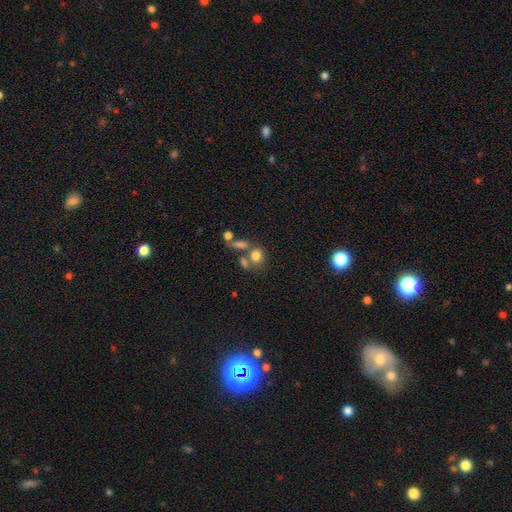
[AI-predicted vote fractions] Smooth or featured? smooth (76%)
How rounded? round (62%)
Merging? none (46%)